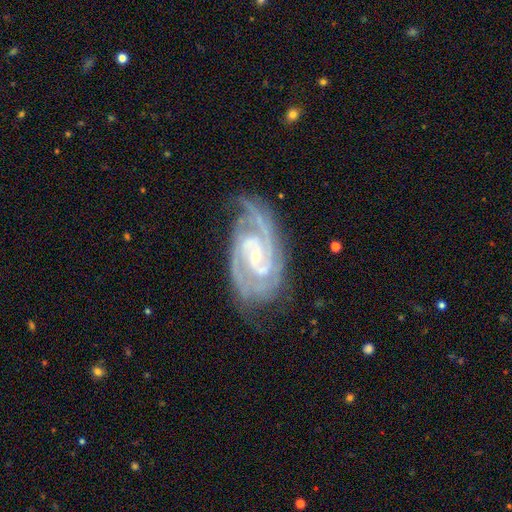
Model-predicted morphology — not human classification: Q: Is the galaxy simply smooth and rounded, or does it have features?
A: featured or disk — 92%.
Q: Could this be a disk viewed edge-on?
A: no — 97%.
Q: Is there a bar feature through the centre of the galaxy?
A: no — 43%.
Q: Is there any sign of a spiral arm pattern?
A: yes — 99%.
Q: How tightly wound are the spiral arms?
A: tight — 59%.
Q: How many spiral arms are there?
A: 2 — 58%.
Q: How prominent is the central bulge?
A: small — 72%.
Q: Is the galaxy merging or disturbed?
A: none — 70%.